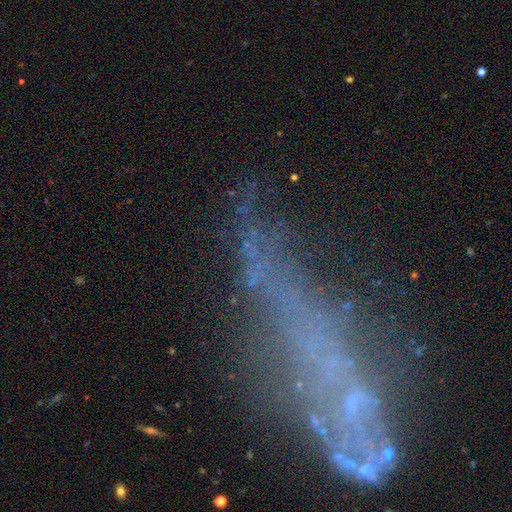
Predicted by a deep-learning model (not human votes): featured or disk 46%, star or artifact 33%, smooth 21%. Down the decision tree: merging — none (49%).